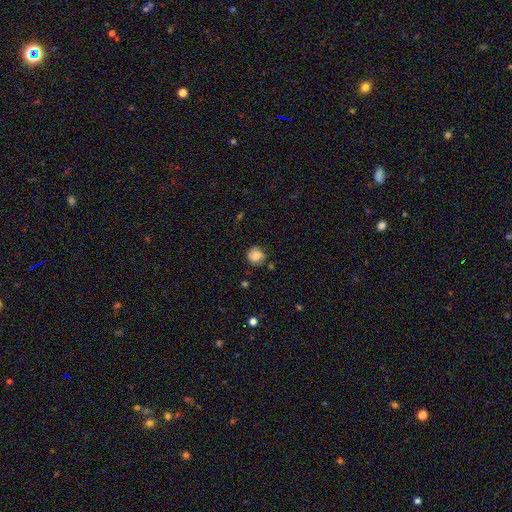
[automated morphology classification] smooth-or-featured: smooth: 70% | featured or disk: 20% | star or artifact: 10%
  how-rounded: round: 88% | in between: 11% | cigar-shaped: 1%
  merging: none: 76% | minor disturbance: 17% | major disturbance: 4% | merger: 2%